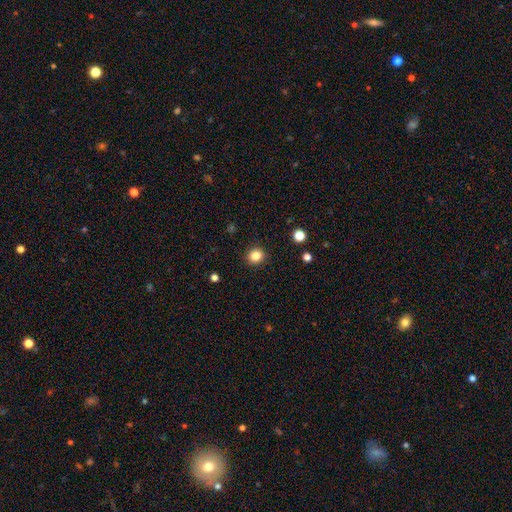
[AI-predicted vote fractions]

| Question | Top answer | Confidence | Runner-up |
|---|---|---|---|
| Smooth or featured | smooth | 84% | star or artifact (12%) |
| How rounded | round | 80% | in between (19%) |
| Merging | none | 91% | minor disturbance (6%) |